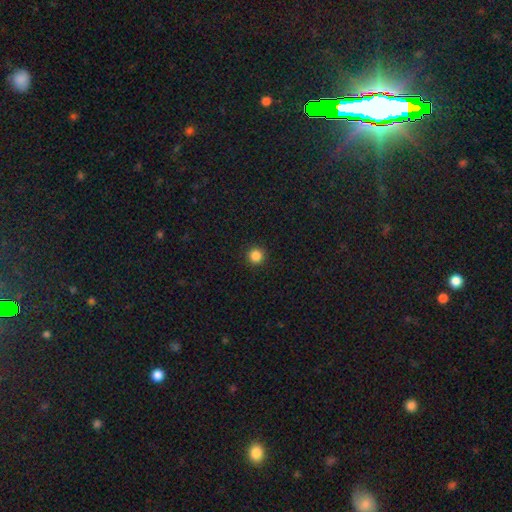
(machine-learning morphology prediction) smooth 86%, star or artifact 11%, featured or disk 3%. Down the decision tree: how rounded — round (96%); merging — none (93%).